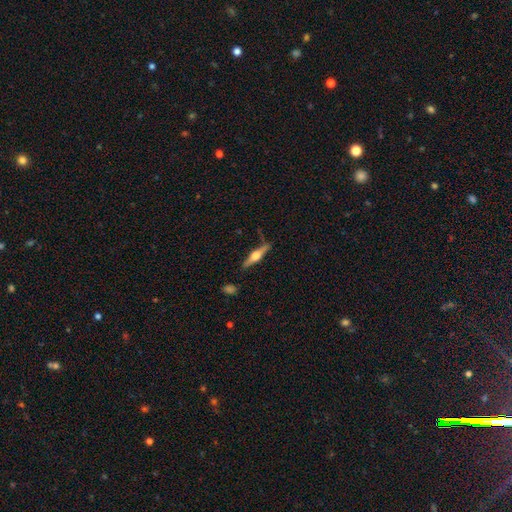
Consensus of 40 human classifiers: A featured or disk galaxy (80%) viewed edge-on (97%) with a rounded central bulge (100%).

Vote fractions:
- Smooth or featured? featured or disk: 80% / smooth: 18% / star or artifact: 2%
- Edge-on disk? yes: 97% / no: 3%
- Edge-on bulge? rounded: 100% / boxy: 0% / none: 0%
- Merging? none: 87% / major disturbance: 8% / minor disturbance: 5% / merger: 0%